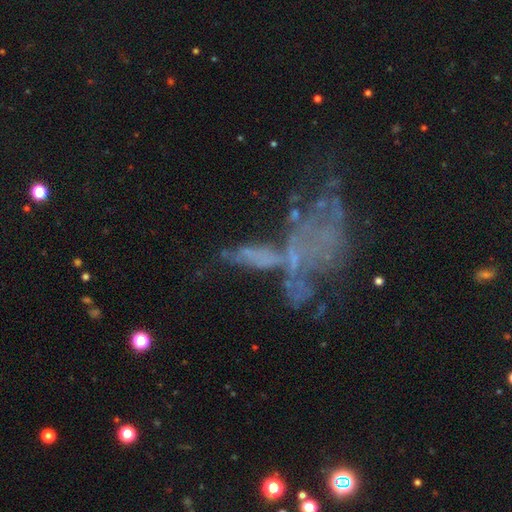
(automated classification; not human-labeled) Q: Smooth or featured?
A: featured or disk (48%); runner-up: smooth (31%)
Q: Merging?
A: merger (38%); runner-up: major disturbance (25%)